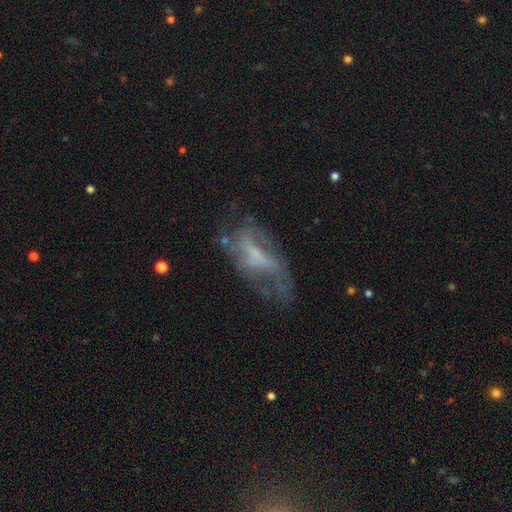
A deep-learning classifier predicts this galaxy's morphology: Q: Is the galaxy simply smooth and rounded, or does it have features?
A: featured or disk — 62%.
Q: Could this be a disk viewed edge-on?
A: no — 90%.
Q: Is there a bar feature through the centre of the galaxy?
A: no — 43%.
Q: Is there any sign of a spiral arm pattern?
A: yes — 51%.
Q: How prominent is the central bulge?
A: none — 41%.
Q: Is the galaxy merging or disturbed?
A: none — 41%.